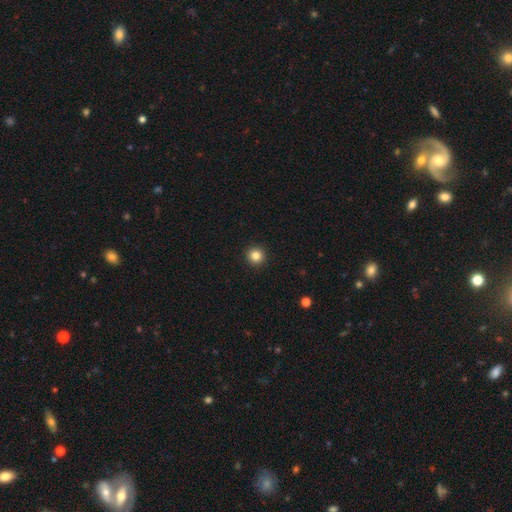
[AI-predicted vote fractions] Smooth or featured? Predicted: smooth (p=0.85). How rounded? Predicted: round (p=0.95). Merging? Predicted: none (p=0.94).